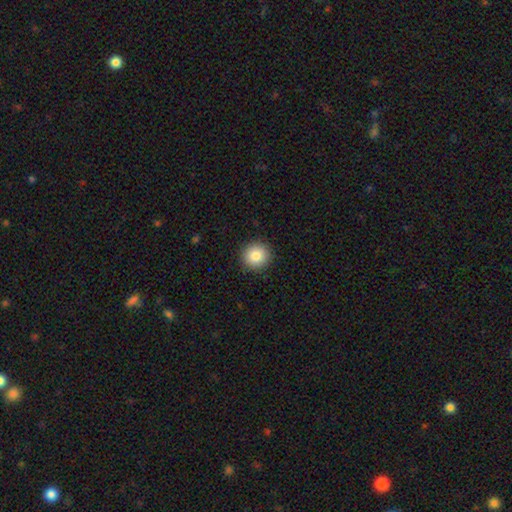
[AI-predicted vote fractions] Smooth or featured: smooth — 85% (star or artifact — 9%)
How rounded: round — 92% (in between — 8%)
Merging: none — 92% (minor disturbance — 6%)